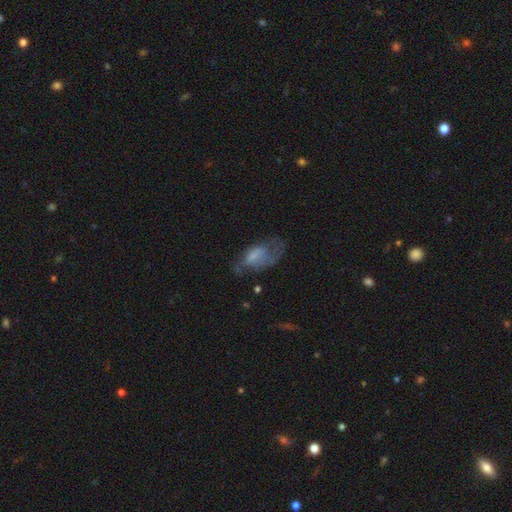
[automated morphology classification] This is possibly a smooth galaxy (53%). How rounded: clearly in between (89%). Merging: marginally major disturbance (40%).